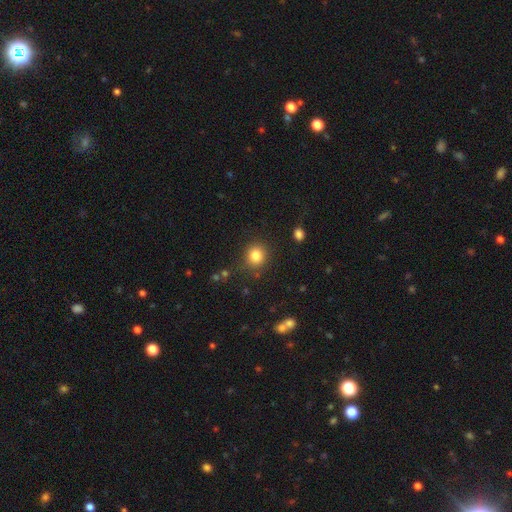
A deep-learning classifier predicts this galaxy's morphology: The model was most divided on "smooth or featured": smooth: 83%, star or artifact: 12%, featured or disk: 6%. More confident: how rounded — round (88%); merging — none (84%).